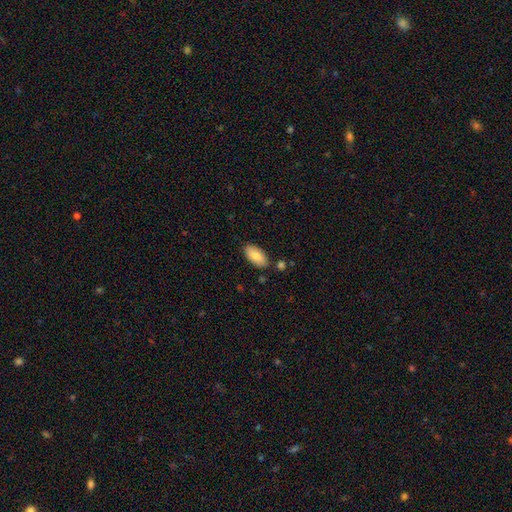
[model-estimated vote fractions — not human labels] smooth 84%, featured or disk 10%, star or artifact 6%. Down the decision tree: how rounded — in between (94%); merging — none (83%).